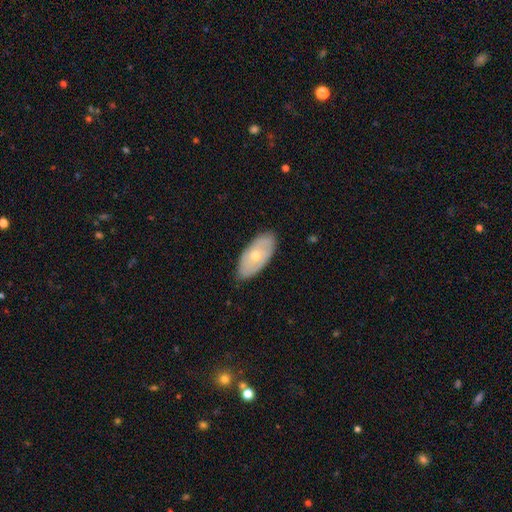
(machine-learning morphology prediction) Overall: smooth (48%; featured or disk 46%). Merging: none (81%).